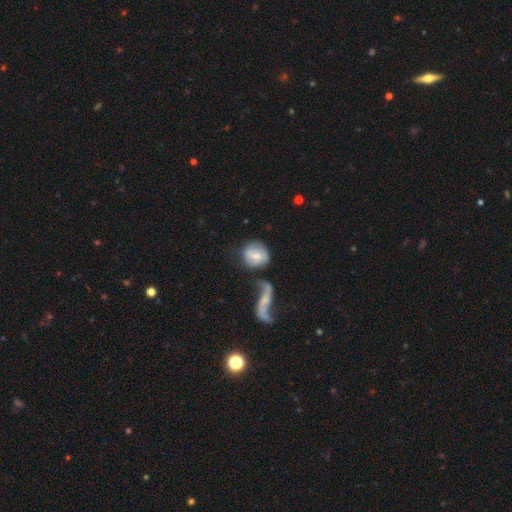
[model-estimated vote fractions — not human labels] featured or disk 48%, smooth 46%, star or artifact 7%. Down the decision tree: merging — none (50%).